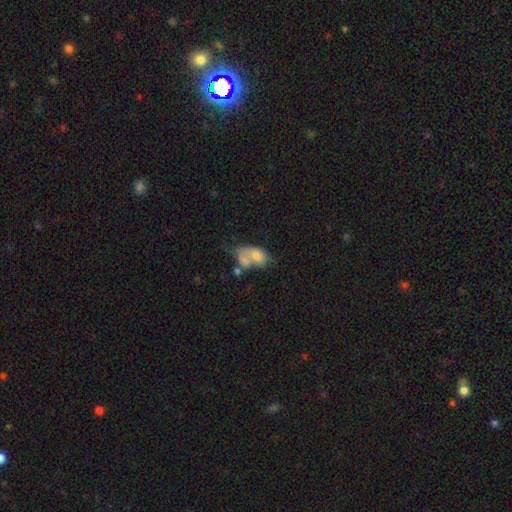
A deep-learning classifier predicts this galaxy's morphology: type=smooth (64%); roundness=in between (85%); merging=merger (54%).